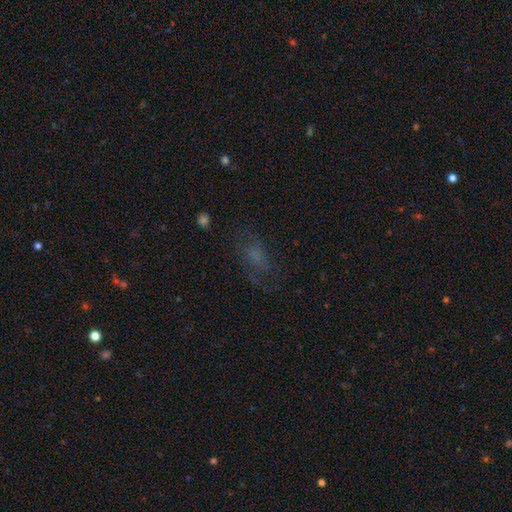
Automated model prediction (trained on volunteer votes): This is possibly a smooth galaxy (46%). Merging: possibly none (58%).